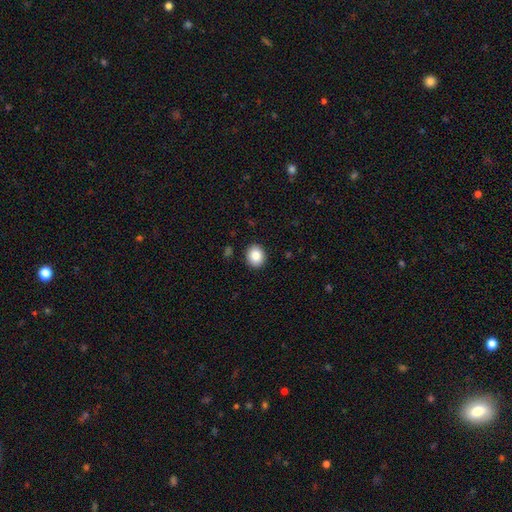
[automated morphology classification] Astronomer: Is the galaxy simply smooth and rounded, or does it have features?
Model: smooth — 87%.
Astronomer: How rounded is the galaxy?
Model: round — 65%.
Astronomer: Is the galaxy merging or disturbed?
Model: none — 91%.